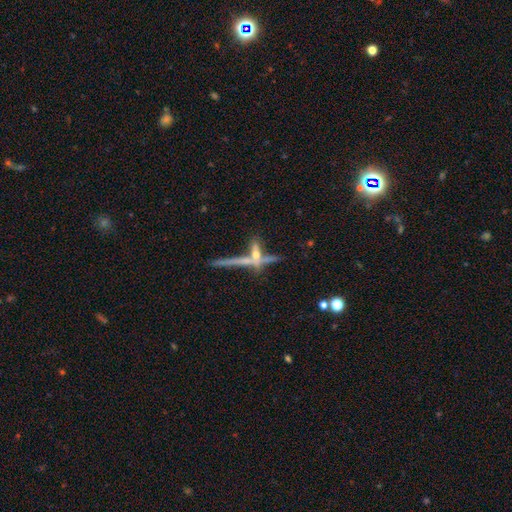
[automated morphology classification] Smooth or featured?
  - featured or disk: 63% *
  - smooth: 20%
  - star or artifact: 16%
Edge-on disk?
  - yes: 88% *
  - no: 12%
Edge-on bulge?
  - rounded: 58% *
  - none: 34%
  - boxy: 8%
Merging?
  - none: 54% *
  - merger: 27%
  - minor disturbance: 11%
  - major disturbance: 7%